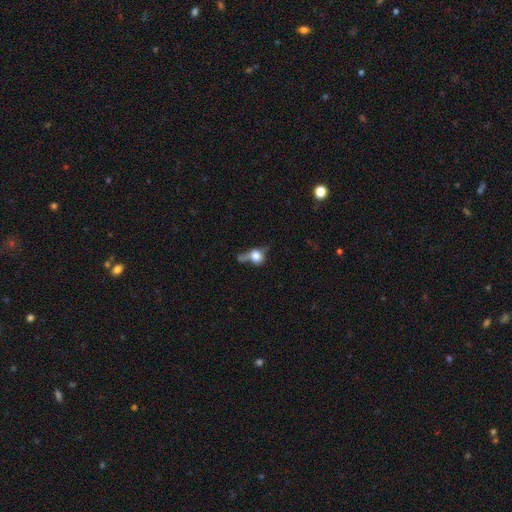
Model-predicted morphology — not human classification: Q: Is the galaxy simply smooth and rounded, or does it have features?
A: smooth — 60%.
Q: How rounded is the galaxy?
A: round — 64%.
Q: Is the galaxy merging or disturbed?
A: none — 33%.